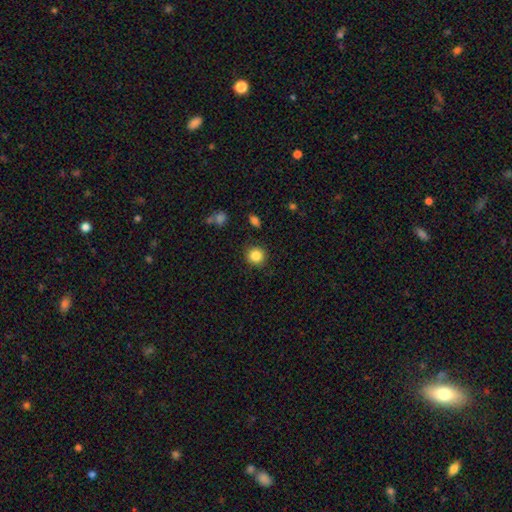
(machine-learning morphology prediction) This is clearly a smooth galaxy (85%). How rounded: clearly round (92%). Merging: clearly none (89%).